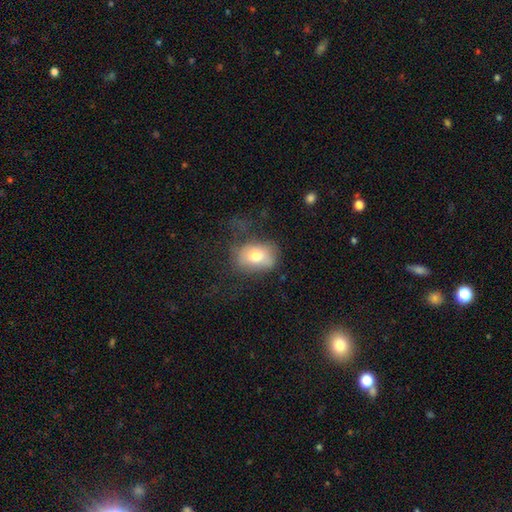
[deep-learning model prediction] Smooth or featured: smooth — 73% (featured or disk — 18%)
How rounded: in between — 70% (round — 29%)
Merging: none — 52% (minor disturbance — 26%)